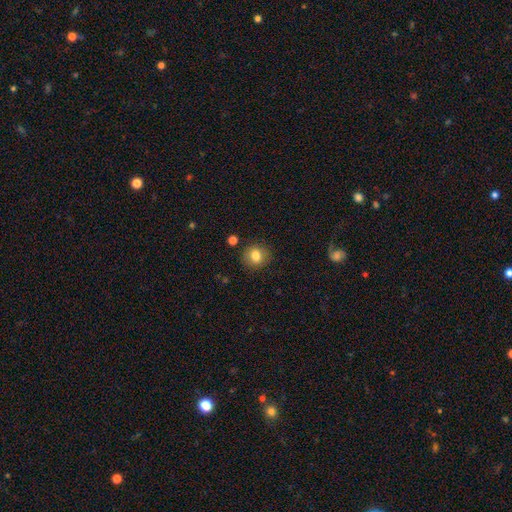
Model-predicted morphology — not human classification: Smooth or featured? Predicted: smooth (p=0.80). How rounded? Predicted: round (p=0.80). Merging? Predicted: none (p=0.86).